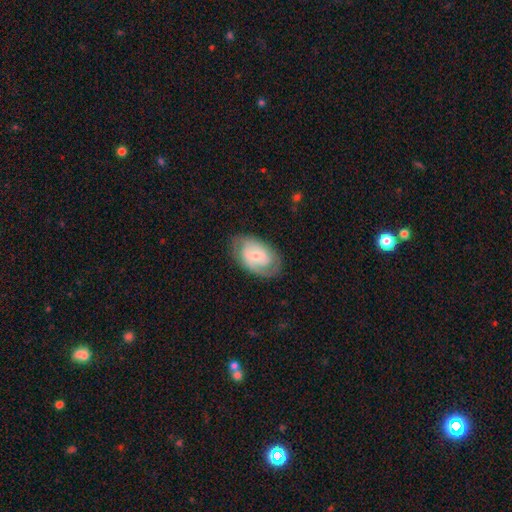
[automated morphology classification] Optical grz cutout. It shows a featured or disk galaxy (66%) with no bar (52%), 2 (59%) tight (49%) spiral arms (85%) and a small central bulge (52%). Merging: none (75%).